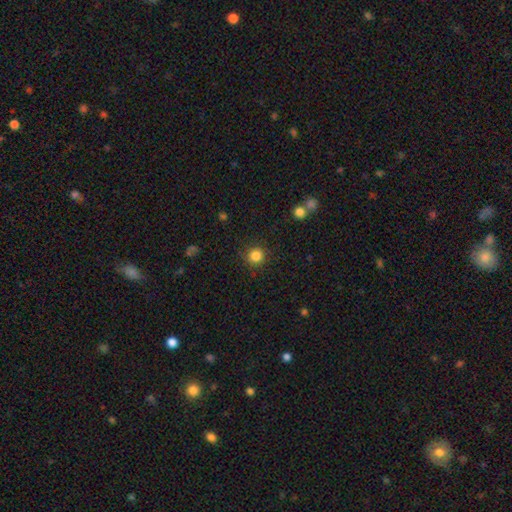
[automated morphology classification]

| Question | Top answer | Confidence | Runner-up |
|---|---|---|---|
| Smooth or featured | smooth | 84% | star or artifact (12%) |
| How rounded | round | 94% | in between (5%) |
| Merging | none | 89% | minor disturbance (7%) |